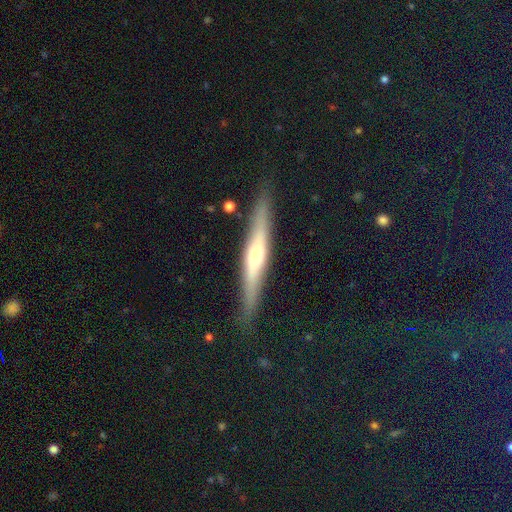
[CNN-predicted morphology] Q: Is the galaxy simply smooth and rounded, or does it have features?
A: featured or disk — 63%.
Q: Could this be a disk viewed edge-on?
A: yes — 95%.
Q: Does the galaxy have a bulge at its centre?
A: rounded — 61%.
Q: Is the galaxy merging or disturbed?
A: none — 87%.